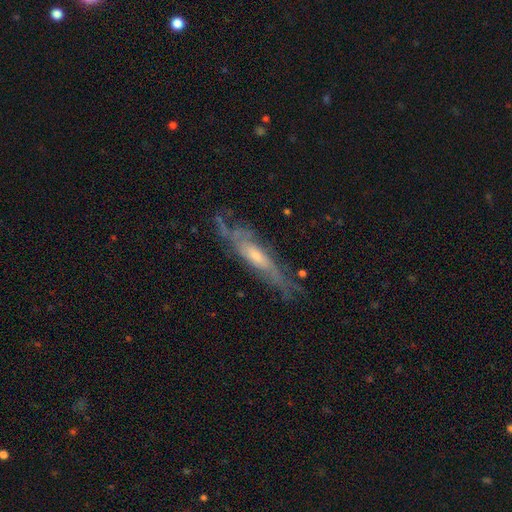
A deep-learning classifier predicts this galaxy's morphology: Q: Smooth or featured?
A: featured or disk (73%); runner-up: smooth (20%)
Q: Edge-on disk?
A: no (58%); runner-up: yes (42%)
Q: Merging?
A: none (60%); runner-up: minor disturbance (23%)